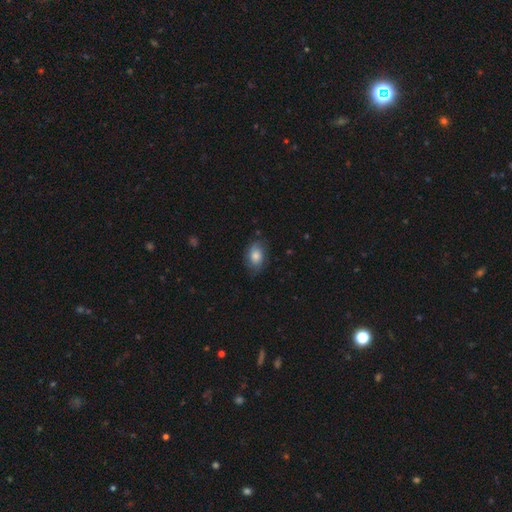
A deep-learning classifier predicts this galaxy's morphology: Smooth or featured? Predicted: smooth (p=0.70). How rounded? Predicted: in between (p=0.82). Merging? Predicted: none (p=0.71).